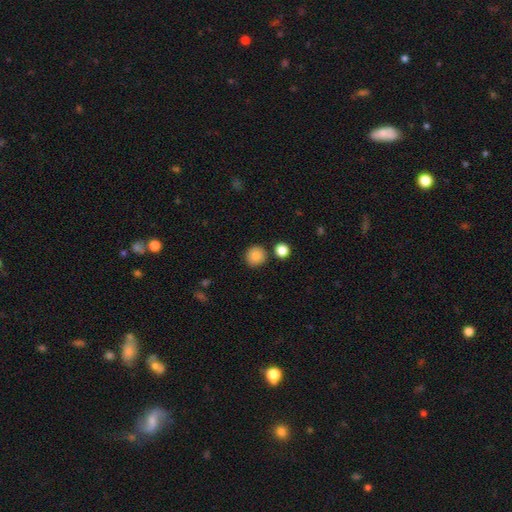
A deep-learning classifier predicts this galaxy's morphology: smooth_or_featured: smooth (p=0.86) [alt: star or artifact p=0.09]
how_rounded: round (p=0.93) [alt: in between p=0.06]
merging: none (p=0.87) [alt: minor disturbance p=0.06]